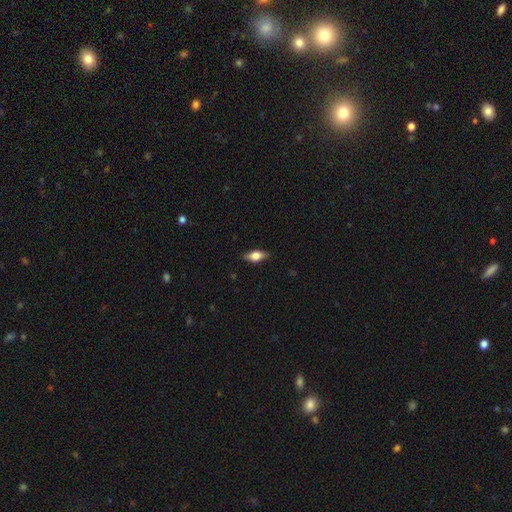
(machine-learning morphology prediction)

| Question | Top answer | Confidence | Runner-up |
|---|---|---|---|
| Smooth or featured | smooth | 62% | featured or disk (30%) |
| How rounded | in between | 80% | cigar-shaped (15%) |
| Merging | none | 85% | minor disturbance (12%) |